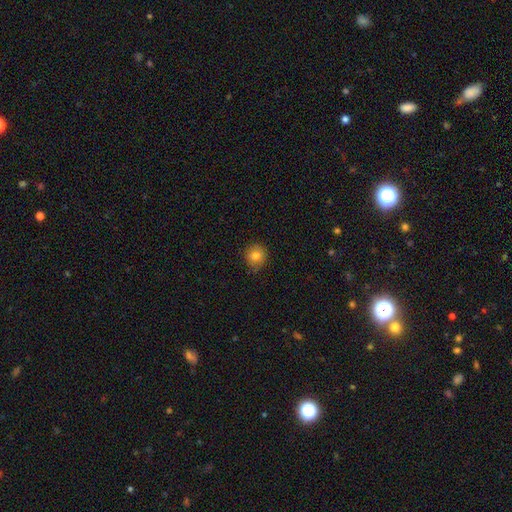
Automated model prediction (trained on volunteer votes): Overall: smooth (81%). How rounded: round (92%). Merging: none (86%).